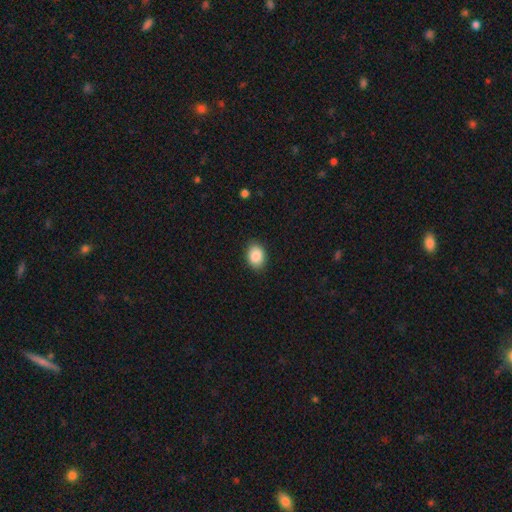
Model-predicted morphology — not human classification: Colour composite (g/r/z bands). It shows a smooth galaxy with no disk features (88%) that is in between round and cigar-shaped (73%). Merging: none (88%).